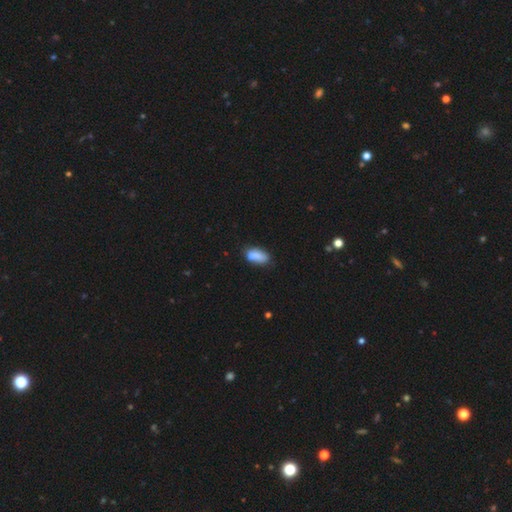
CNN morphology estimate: This is clearly a smooth galaxy (85%). How rounded: clearly in between (89%). Merging: likely none (66%).